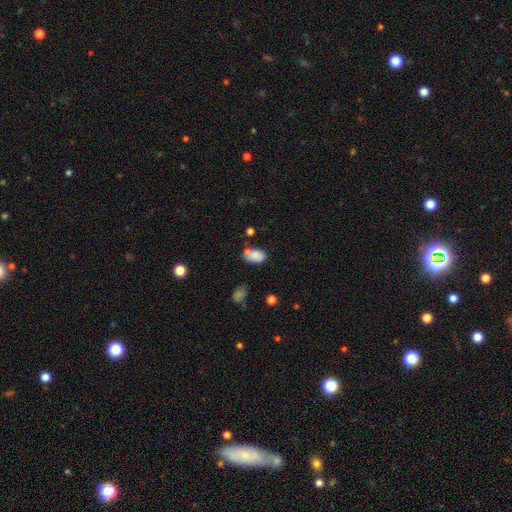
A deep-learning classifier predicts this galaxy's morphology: A smooth galaxy with no disk features (79%) that is in between round and cigar-shaped (85%). Merging: none (47%).